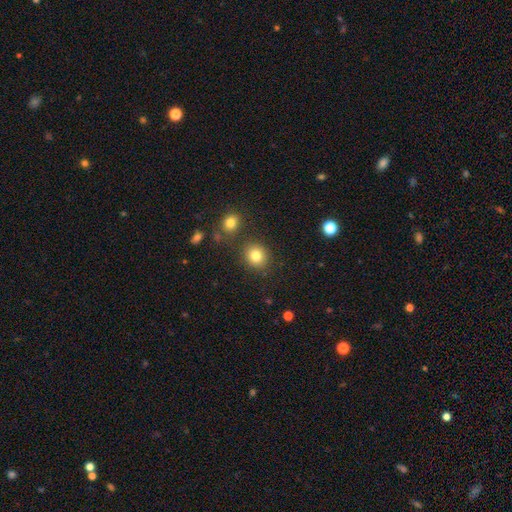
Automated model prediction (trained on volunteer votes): smooth-or-featured: smooth: 82% | star or artifact: 11% | featured or disk: 7%
  how-rounded: round: 81% | in between: 18% | cigar-shaped: 1%
  merging: none: 85% | minor disturbance: 8% | merger: 4% | major disturbance: 3%